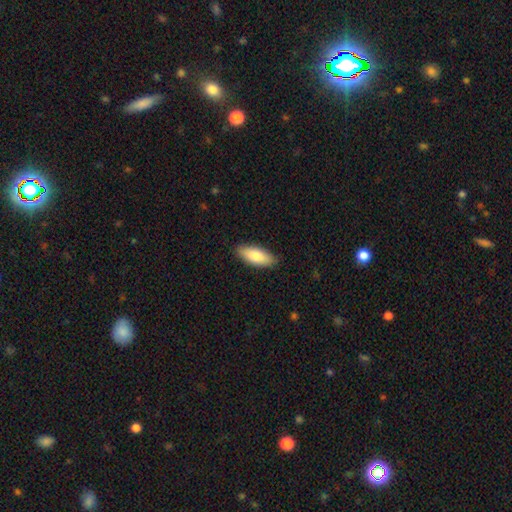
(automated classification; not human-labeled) smooth 82%, featured or disk 13%, star or artifact 6%. Down the decision tree: how rounded — in between (78%); merging — none (88%).